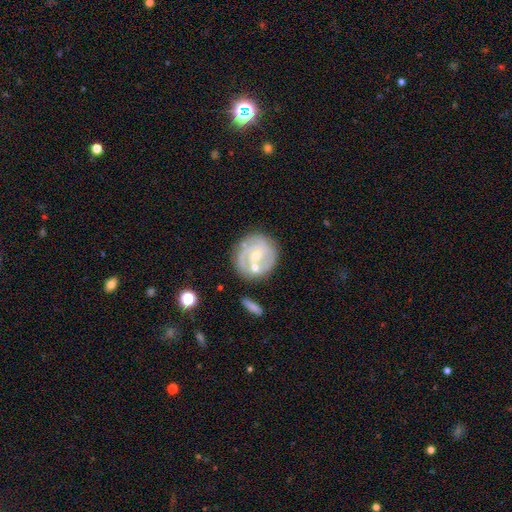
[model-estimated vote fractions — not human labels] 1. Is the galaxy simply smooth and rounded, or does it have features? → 77% featured or disk, 17% smooth, 6% star or artifact.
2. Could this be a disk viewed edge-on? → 97% no, 3% yes.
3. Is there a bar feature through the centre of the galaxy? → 61% no, 31% weak, 8% strong.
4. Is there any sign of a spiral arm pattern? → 86% yes, 14% no.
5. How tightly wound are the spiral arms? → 59% tight, 31% medium, 10% loose.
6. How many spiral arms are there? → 47% 2, 24% can't tell, 17% 3, 5% 1, 4% 4, 3% more than 4.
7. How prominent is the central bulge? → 53% small, 43% moderate, 1% large, 1% none, 1% dominant.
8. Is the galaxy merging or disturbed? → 66% none, 15% minor disturbance, 13% merger, 5% major disturbance.